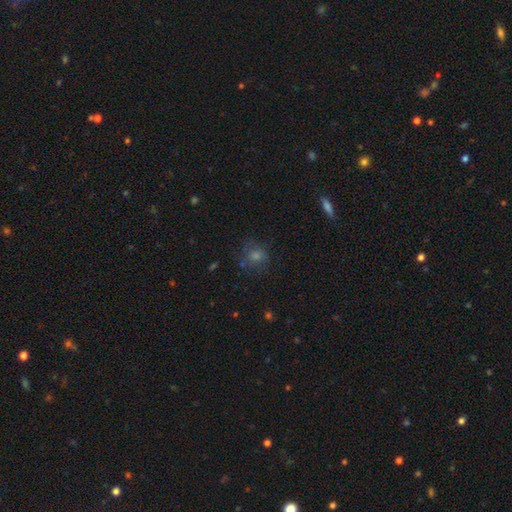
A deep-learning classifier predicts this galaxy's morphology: smooth 53%, star or artifact 27%, featured or disk 20%. Down the decision tree: how rounded — round (82%); merging — none (73%).